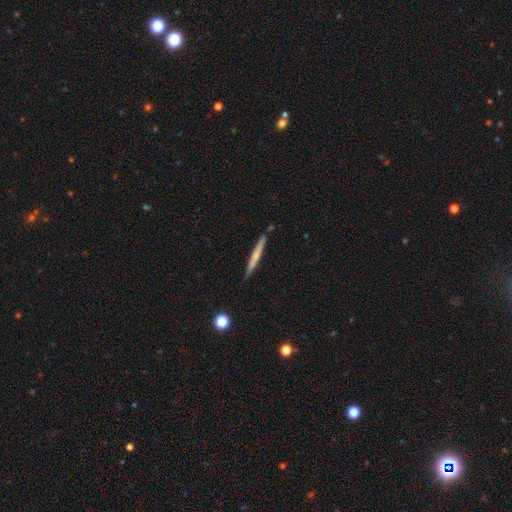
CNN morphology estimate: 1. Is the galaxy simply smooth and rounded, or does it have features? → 50% smooth, 44% featured or disk, 6% star or artifact.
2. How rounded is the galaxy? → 96% cigar-shaped, 2% in between, 1% round.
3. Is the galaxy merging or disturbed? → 87% none, 9% minor disturbance, 2% merger, 2% major disturbance.